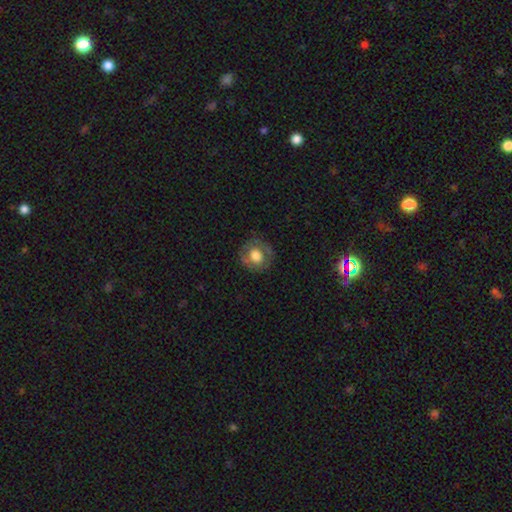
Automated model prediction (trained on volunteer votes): Q: Smooth or featured?
A: smooth (57%); runner-up: featured or disk (35%)
Q: How rounded?
A: round (83%); runner-up: in between (16%)
Q: Merging?
A: none (79%); runner-up: minor disturbance (14%)